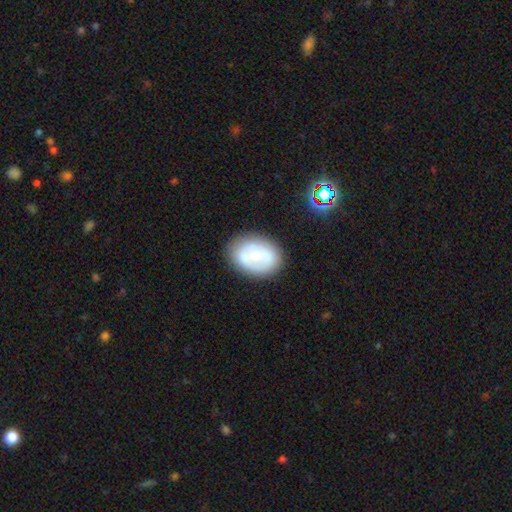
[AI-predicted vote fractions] A smooth galaxy with no disk features (53%) that is in between round and cigar-shaped (71%). Merging: none (75%).